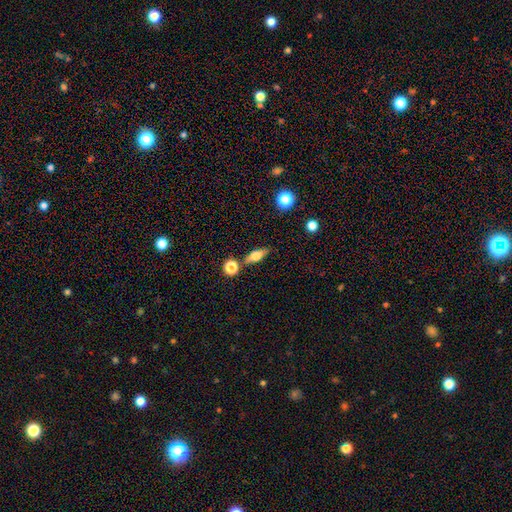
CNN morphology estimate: This is possibly a smooth galaxy (50%). Merging: likely none (76%).